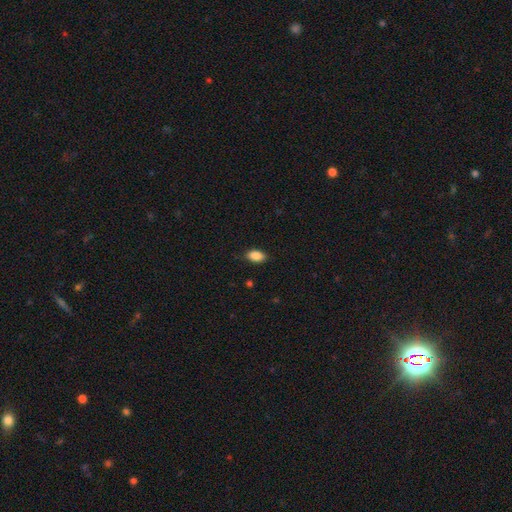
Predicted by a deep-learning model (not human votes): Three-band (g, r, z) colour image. It shows a smooth galaxy with no disk features (88%) that is in between round and cigar-shaped (91%). Merging: none (84%).